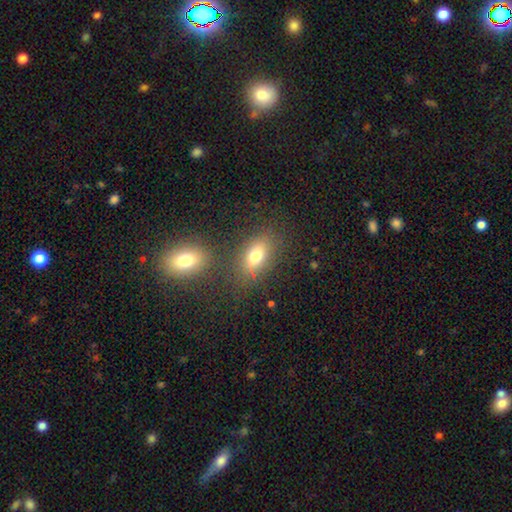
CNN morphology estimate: Overall: smooth (72%). How rounded: in between (79%). Merging: none (74%).